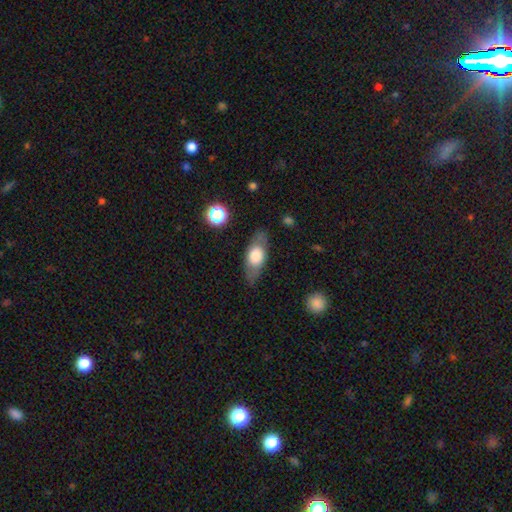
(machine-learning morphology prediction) Smooth or featured? smooth (57%)
How rounded? in between (76%)
Merging? none (79%)